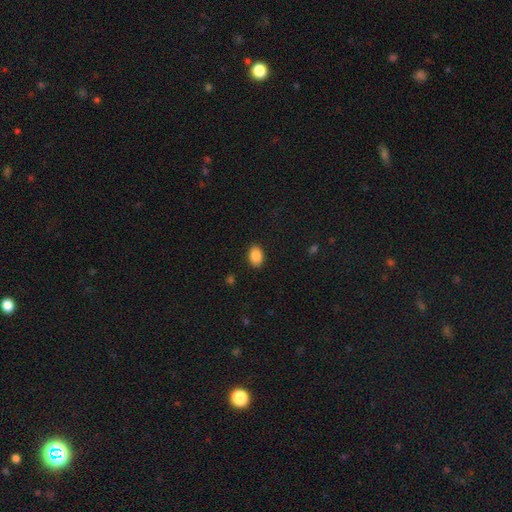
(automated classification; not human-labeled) A smooth galaxy with no disk features (88%) that is in between round and cigar-shaped (84%). Merging: none (89%).